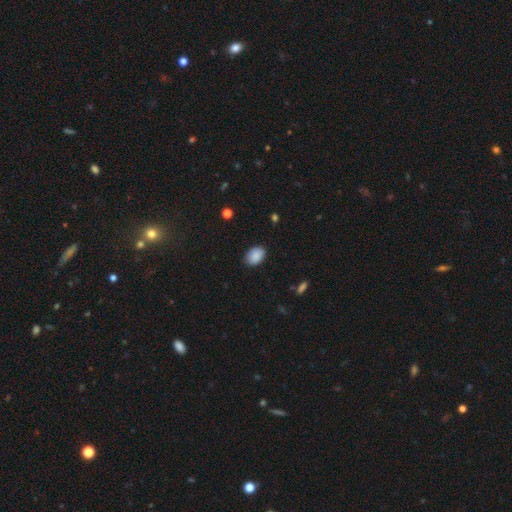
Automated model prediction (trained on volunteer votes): Smooth or featured?
  - smooth: 89% *
  - star or artifact: 7%
  - featured or disk: 4%
How rounded?
  - in between: 79% *
  - round: 20%
  - cigar-shaped: 1%
Merging?
  - none: 85% *
  - minor disturbance: 12%
  - major disturbance: 2%
  - merger: 1%